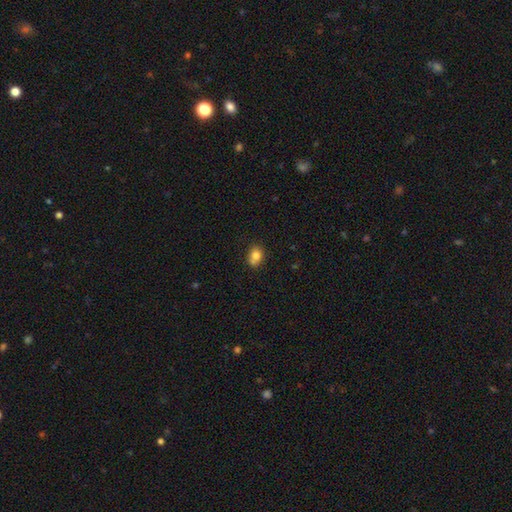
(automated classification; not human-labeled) Morphology: type=smooth (80%); roundness=in between (59%); merging=none (59%).